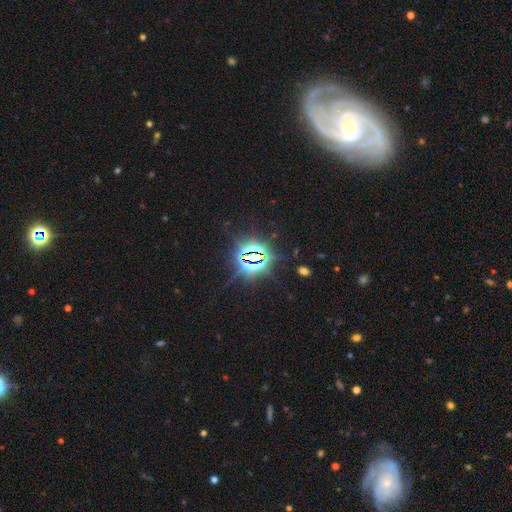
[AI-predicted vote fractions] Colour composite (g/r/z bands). It shows a star or artifact, not a galaxy (85%).